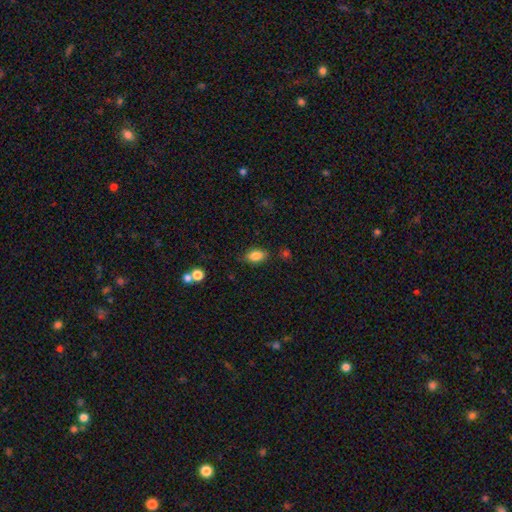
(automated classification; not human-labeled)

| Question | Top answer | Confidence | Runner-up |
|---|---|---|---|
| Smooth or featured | smooth | 83% | star or artifact (9%) |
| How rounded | in between | 87% | round (9%) |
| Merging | none | 79% | minor disturbance (15%) |